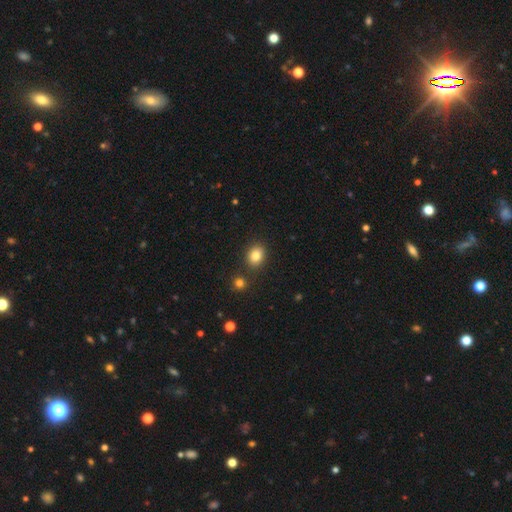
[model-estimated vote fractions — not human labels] Smooth or featured: smooth — 83% (star or artifact — 10%)
How rounded: round — 54% (in between — 45%)
Merging: none — 83% (minor disturbance — 9%)